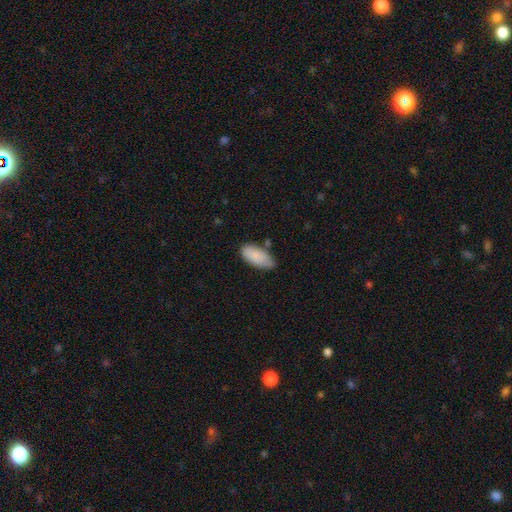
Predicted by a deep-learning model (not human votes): Q: Smooth or featured?
A: smooth (85%); runner-up: featured or disk (9%)
Q: How rounded?
A: in between (90%); runner-up: cigar-shaped (8%)
Q: Merging?
A: none (62%); runner-up: minor disturbance (29%)